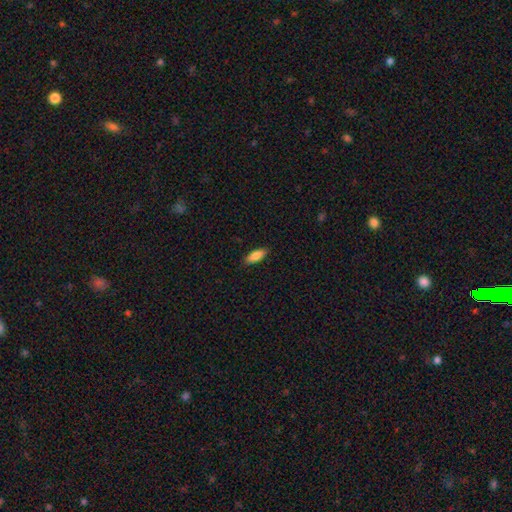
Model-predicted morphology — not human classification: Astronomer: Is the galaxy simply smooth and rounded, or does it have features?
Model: smooth — 82%.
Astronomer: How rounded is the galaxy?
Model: in between — 68%.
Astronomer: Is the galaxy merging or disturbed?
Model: none — 88%.